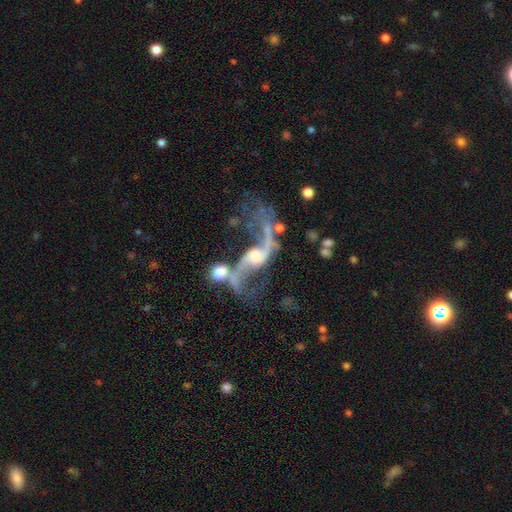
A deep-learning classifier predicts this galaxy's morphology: Smooth or featured? Predicted: featured or disk (p=0.79). Edge-on disk? Predicted: no (p=0.92). Bar? Predicted: no (p=0.45). Spiral arms? Predicted: yes (p=0.81). Spiral winding? Predicted: loose (p=0.87). Spiral arm count? Predicted: 2 (p=0.80). Bulge size? Predicted: moderate (p=0.39). Merging? Predicted: merger (p=0.40).